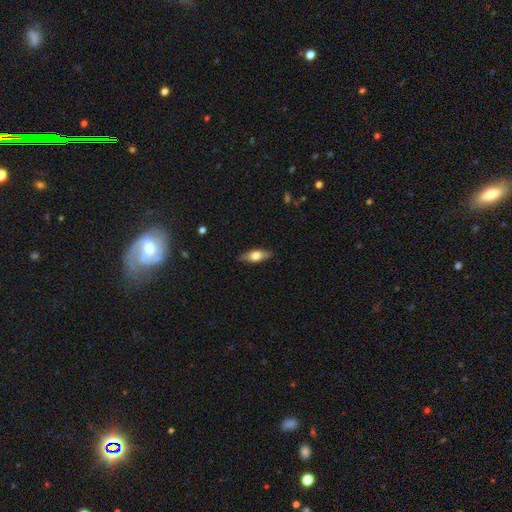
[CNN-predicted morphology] smooth_or_featured: smooth (p=0.61) [alt: featured or disk p=0.33]
how_rounded: in between (p=0.69) [alt: cigar-shaped p=0.27]
merging: none (p=0.86) [alt: minor disturbance p=0.11]